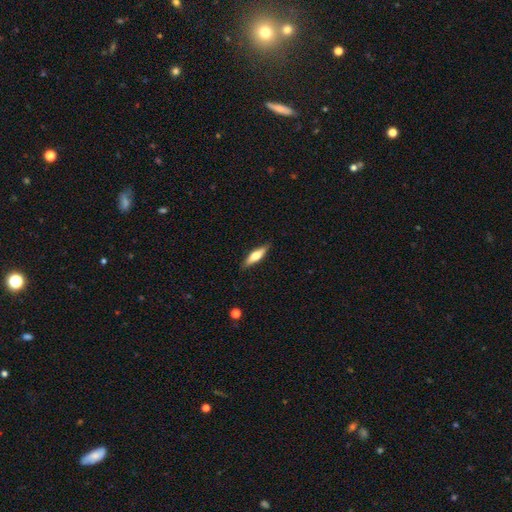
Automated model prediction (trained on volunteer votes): The model was most divided on "smooth or featured": smooth: 55%, featured or disk: 39%, star or artifact: 6%. More confident: merging — none (86%); how rounded — cigar-shaped (61%).